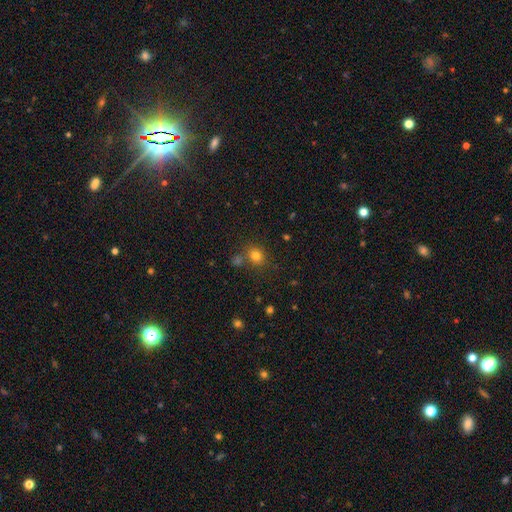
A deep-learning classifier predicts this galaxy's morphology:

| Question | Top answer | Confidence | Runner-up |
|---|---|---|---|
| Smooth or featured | smooth | 77% | star or artifact (16%) |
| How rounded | round | 72% | in between (27%) |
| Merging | none | 72% | merger (13%) |